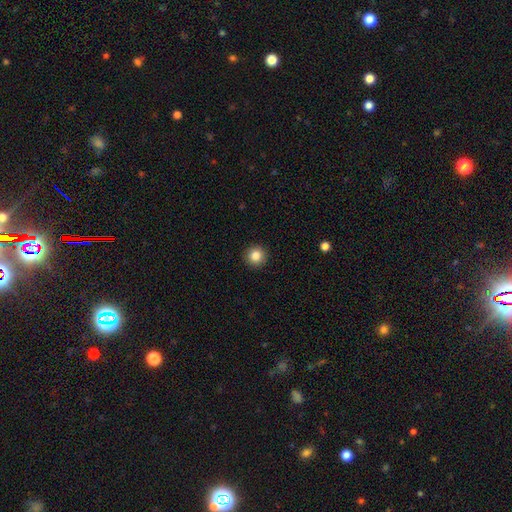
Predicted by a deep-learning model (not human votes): A smooth galaxy with no disk features (85%) that is round (95%).

Vote fractions:
- Smooth or featured? smooth: 85% / star or artifact: 10% / featured or disk: 6%
- How rounded? round: 95% / in between: 4% / cigar-shaped: 1%
- Merging? none: 93% / minor disturbance: 5% / major disturbance: 2% / merger: 1%